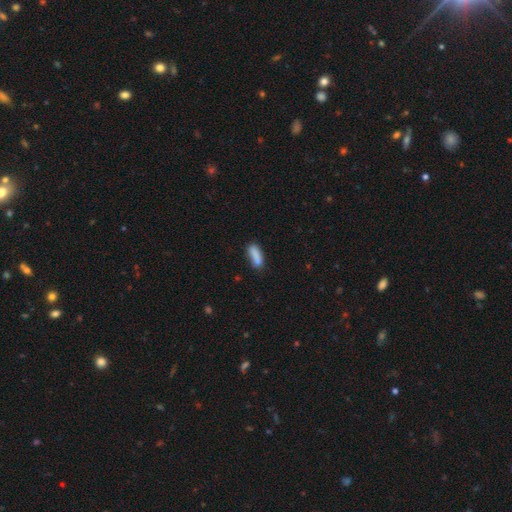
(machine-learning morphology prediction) smooth 85%, star or artifact 8%, featured or disk 7%. Down the decision tree: how rounded — in between (56%); merging — none (67%).